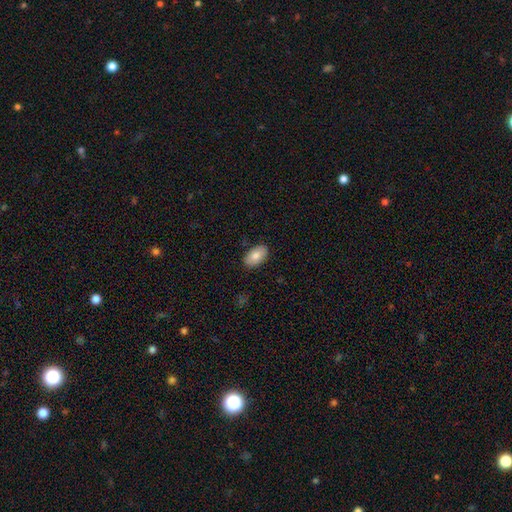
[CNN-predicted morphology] Smooth or featured? Predicted: smooth (p=0.79). How rounded? Predicted: in between (p=0.94). Merging? Predicted: none (p=0.88).